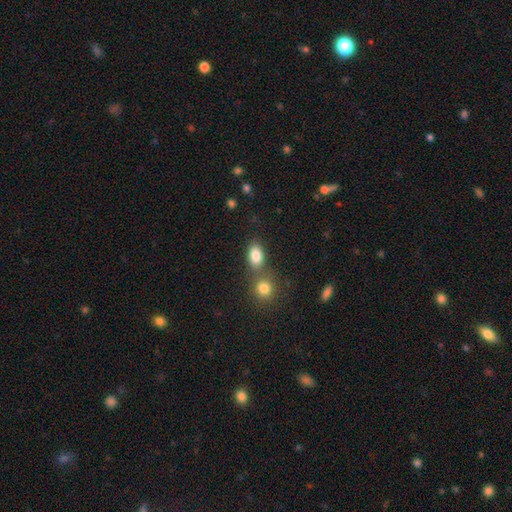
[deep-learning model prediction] This is clearly a smooth galaxy (84%). How rounded: clearly in between (83%). Merging: possibly none (55%).